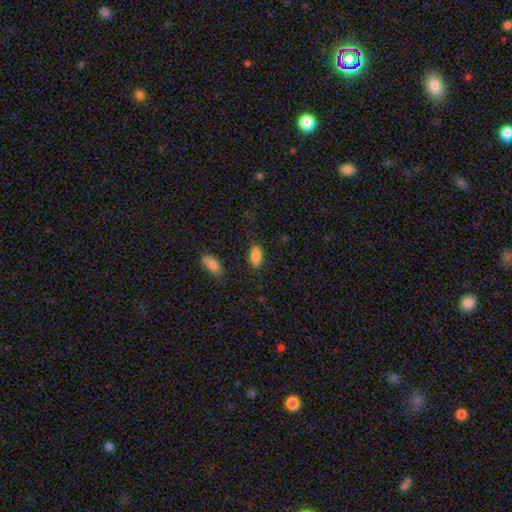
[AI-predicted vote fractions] Overall: smooth (87%). How rounded: in between (91%). Merging: none (81%).